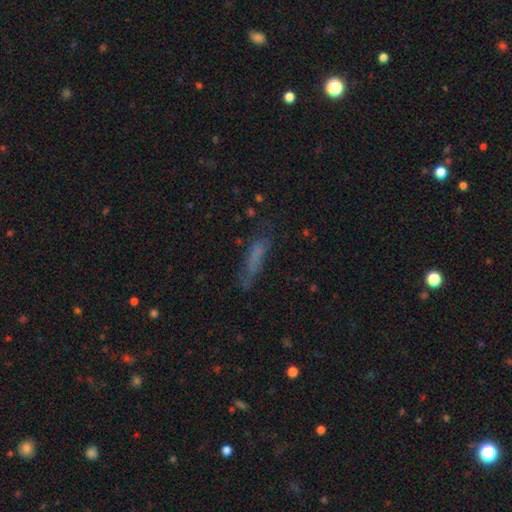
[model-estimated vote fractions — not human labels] This appears to be a smooth galaxy with no disk features (61%) that is cigar-shaped (78%). Merging: none (58%).